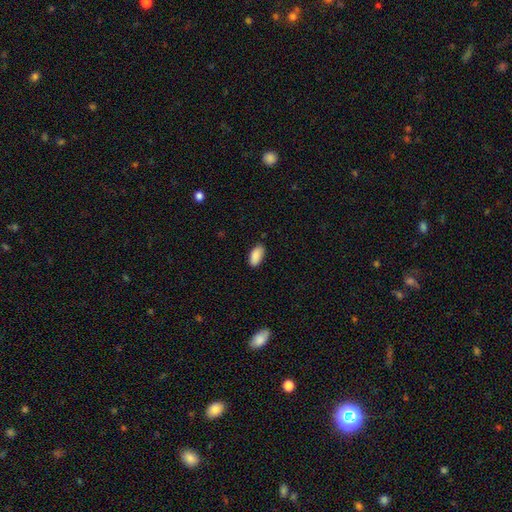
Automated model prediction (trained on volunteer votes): This appears to be a smooth galaxy with no disk features (90%) that is in between round and cigar-shaped (92%). Merging: none (85%).